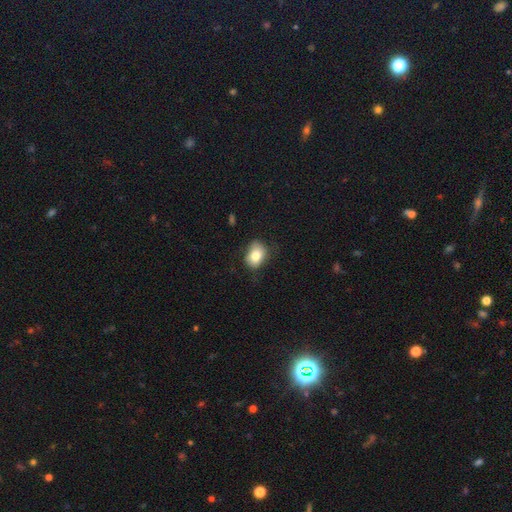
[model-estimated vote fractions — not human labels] Smooth or featured: smooth — 80% (featured or disk — 11%)
How rounded: in between — 65% (round — 34%)
Merging: none — 64% (minor disturbance — 27%)